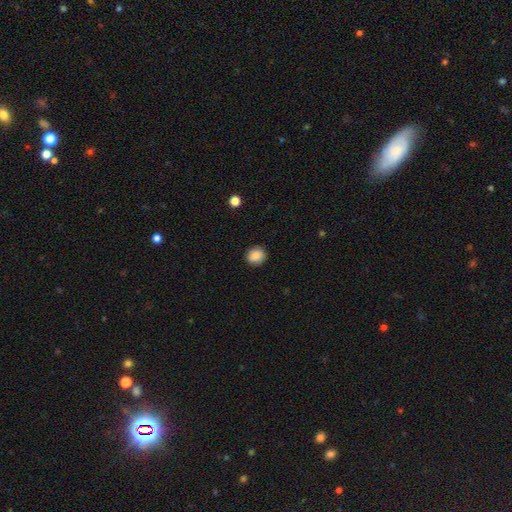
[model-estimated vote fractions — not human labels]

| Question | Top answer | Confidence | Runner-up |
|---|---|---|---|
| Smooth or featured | smooth | 84% | star or artifact (9%) |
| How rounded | round | 81% | in between (18%) |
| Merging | none | 88% | minor disturbance (9%) |